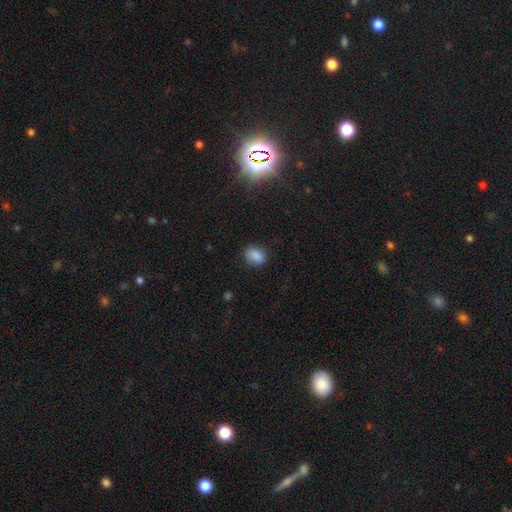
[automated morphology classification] Smooth or featured: smooth — 87% (star or artifact — 9%)
How rounded: in between — 74% (round — 24%)
Merging: none — 83% (minor disturbance — 13%)